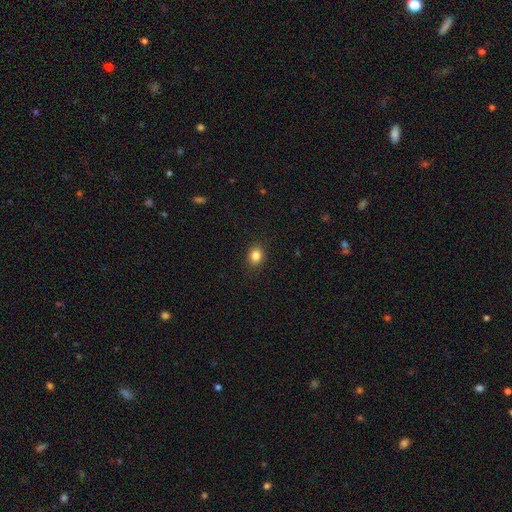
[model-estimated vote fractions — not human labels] Overall: smooth (84%). How rounded: round (64%; in between 35%). Merging: none (89%).